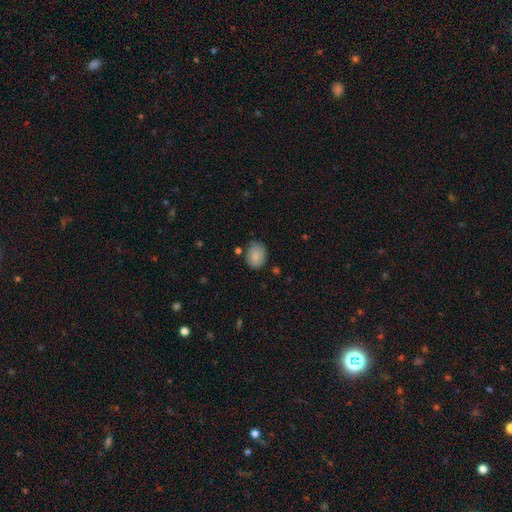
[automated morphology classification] A smooth galaxy with no disk features (82%) that is in between round and cigar-shaped (53%). Merging: none (70%).